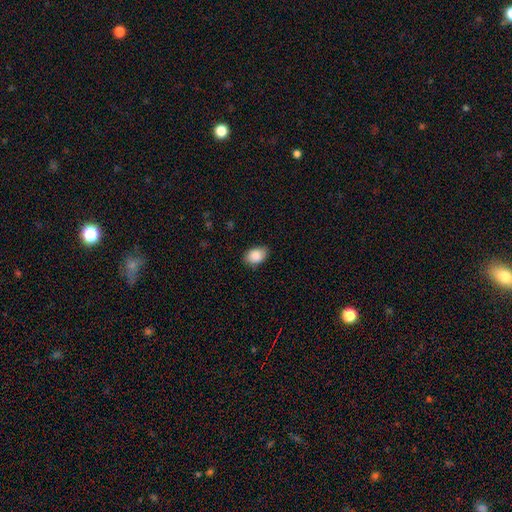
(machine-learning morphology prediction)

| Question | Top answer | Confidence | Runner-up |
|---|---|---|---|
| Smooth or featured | smooth | 88% | star or artifact (7%) |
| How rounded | in between | 83% | round (15%) |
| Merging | none | 80% | minor disturbance (17%) |